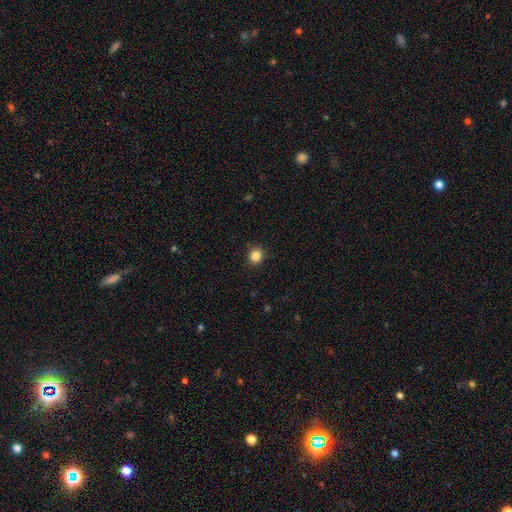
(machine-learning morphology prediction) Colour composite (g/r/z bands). It shows a smooth galaxy with no disk features (85%) that is round (75%). Merging: none (90%).